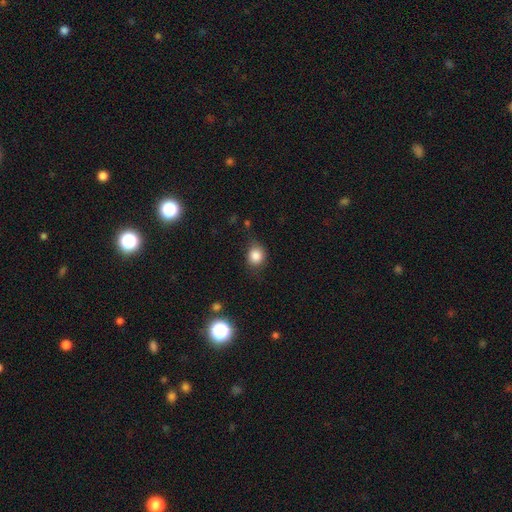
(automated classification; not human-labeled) This is clearly a smooth galaxy (82%). How rounded: likely round (72%). Merging: likely none (68%).